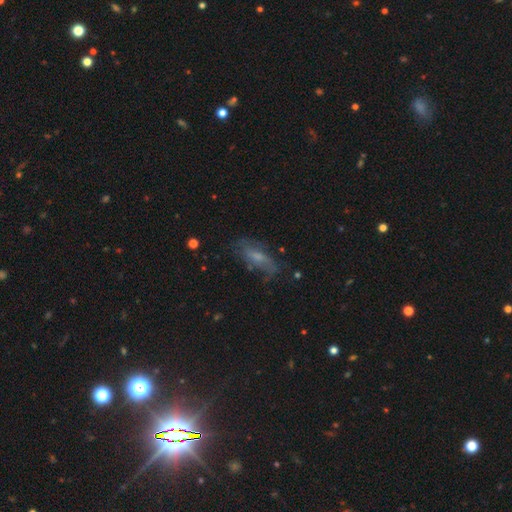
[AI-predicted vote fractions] Smooth or featured? featured or disk (47%)
Merging? none (63%)